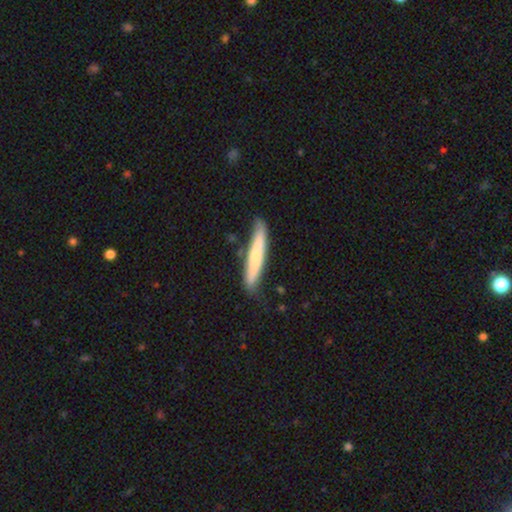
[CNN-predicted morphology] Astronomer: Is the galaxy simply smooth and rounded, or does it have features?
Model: smooth — 67%.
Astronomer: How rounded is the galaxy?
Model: cigar-shaped — 93%.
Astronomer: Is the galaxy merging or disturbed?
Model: none — 76%.